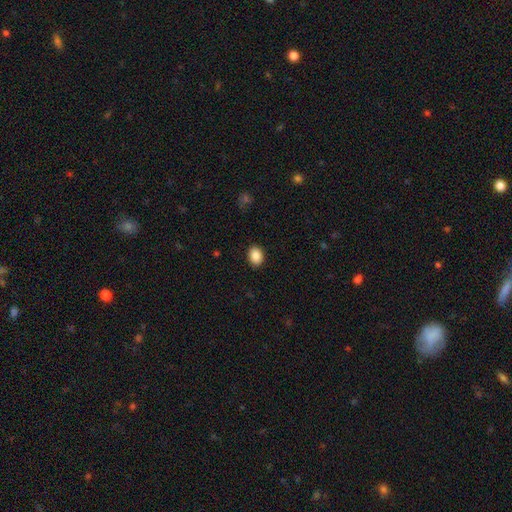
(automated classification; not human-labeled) Smooth or featured? Predicted: smooth (p=0.89). How rounded? Predicted: in between (p=0.67). Merging? Predicted: none (p=0.89).